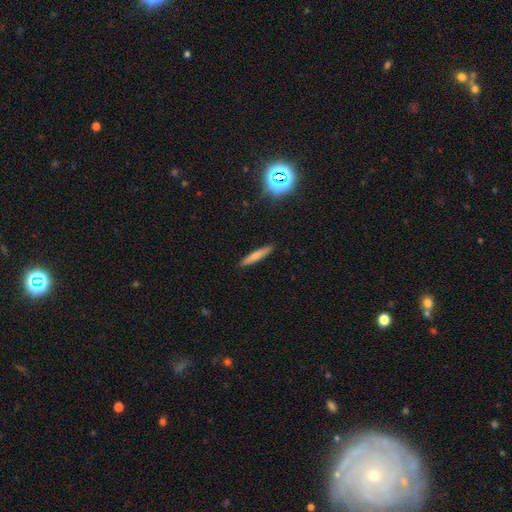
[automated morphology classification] Smooth or featured? smooth (68%)
How rounded? cigar-shaped (91%)
Merging? none (90%)